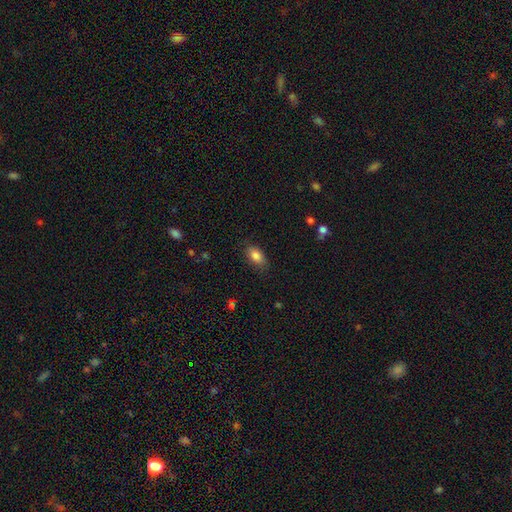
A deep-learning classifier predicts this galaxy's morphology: Smooth or featured?
  - smooth: 85% *
  - star or artifact: 8%
  - featured or disk: 7%
How rounded?
  - in between: 89% *
  - round: 8%
  - cigar-shaped: 3%
Merging?
  - none: 82% *
  - minor disturbance: 13%
  - major disturbance: 3%
  - merger: 1%